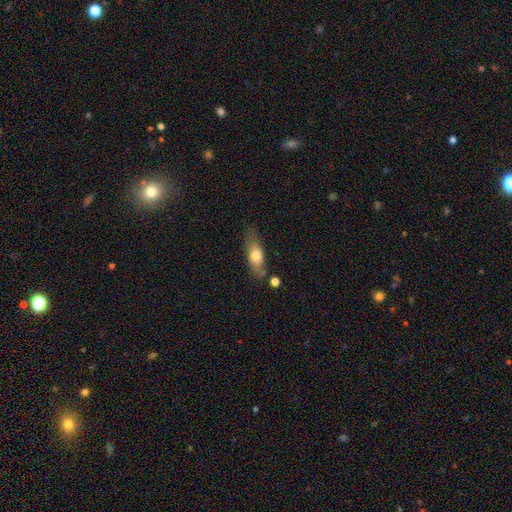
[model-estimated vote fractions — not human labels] Smooth or featured?
  - smooth: 67% *
  - featured or disk: 26%
  - star or artifact: 7%
How rounded?
  - in between: 63% *
  - cigar-shaped: 33%
  - round: 4%
Merging?
  - none: 66% *
  - minor disturbance: 21%
  - merger: 7%
  - major disturbance: 6%